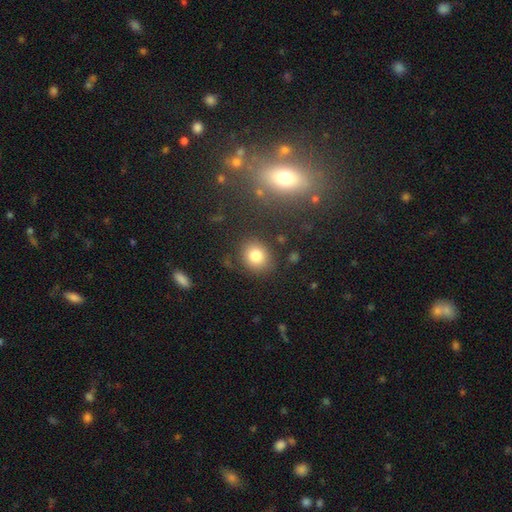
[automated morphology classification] Smooth or featured? Predicted: smooth (p=0.81). How rounded? Predicted: round (p=0.67). Merging? Predicted: none (p=0.82).